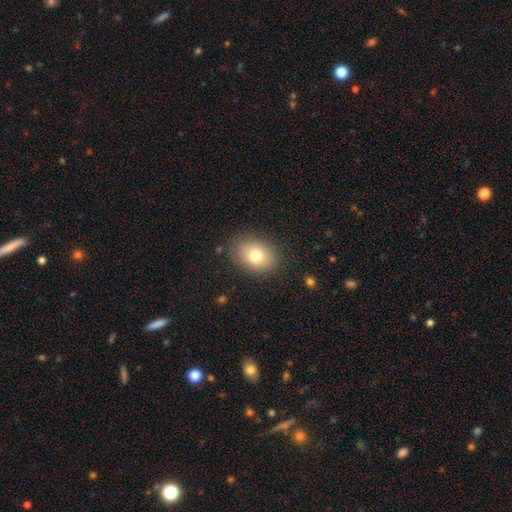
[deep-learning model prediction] The model was most divided on "how rounded": in between: 70%, round: 29%, cigar-shaped: 1%. More confident: merging — none (85%); smooth or featured — smooth (76%).